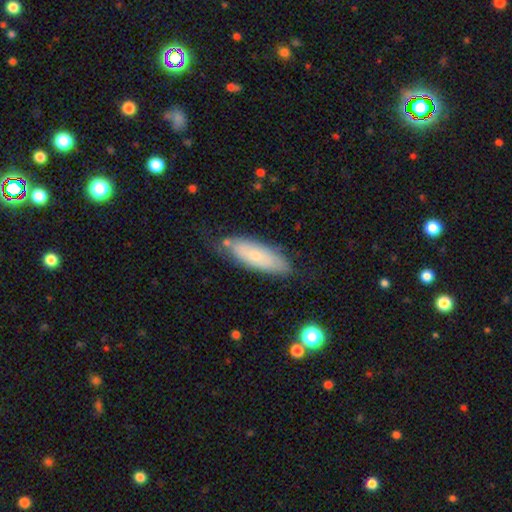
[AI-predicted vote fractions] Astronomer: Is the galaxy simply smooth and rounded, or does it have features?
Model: smooth — 67%.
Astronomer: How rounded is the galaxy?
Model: in between — 62%.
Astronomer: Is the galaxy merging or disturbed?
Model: none — 68%.